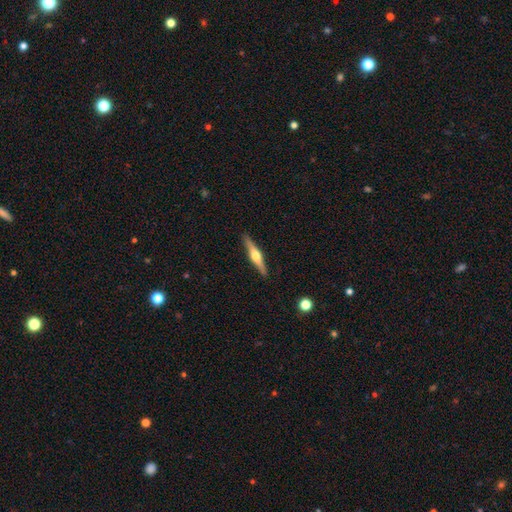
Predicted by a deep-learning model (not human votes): Smooth or featured? Predicted: featured or disk (p=0.72). Edge-on disk? Predicted: yes (p=0.98). Edge-on bulge? Predicted: rounded (p=0.94). Merging? Predicted: none (p=0.90).